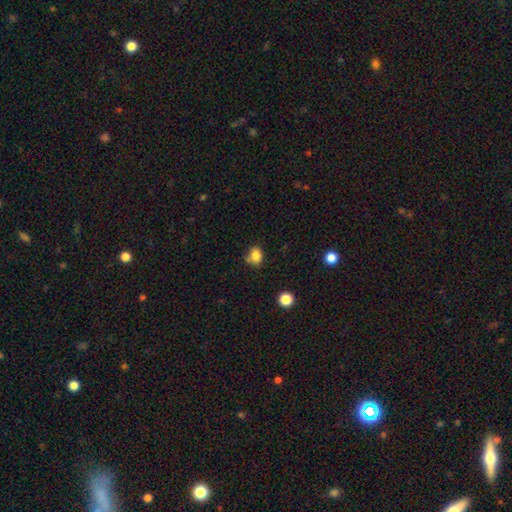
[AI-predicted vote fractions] Smooth or featured?
  - smooth: 82% *
  - star or artifact: 11%
  - featured or disk: 7%
How rounded?
  - in between: 60% *
  - round: 39%
  - cigar-shaped: 1%
Merging?
  - none: 64% *
  - minor disturbance: 19%
  - merger: 13%
  - major disturbance: 4%